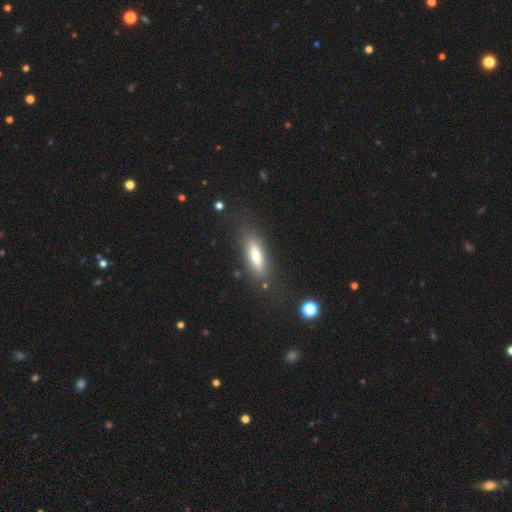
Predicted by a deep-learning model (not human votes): Smooth or featured? smooth (66%)
How rounded? cigar-shaped (51%)
Merging? none (79%)